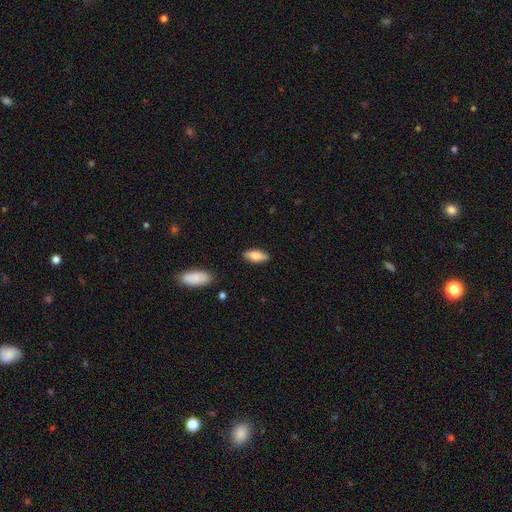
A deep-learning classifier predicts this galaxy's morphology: Smooth or featured? smooth (80%)
How rounded? in between (81%)
Merging? none (86%)